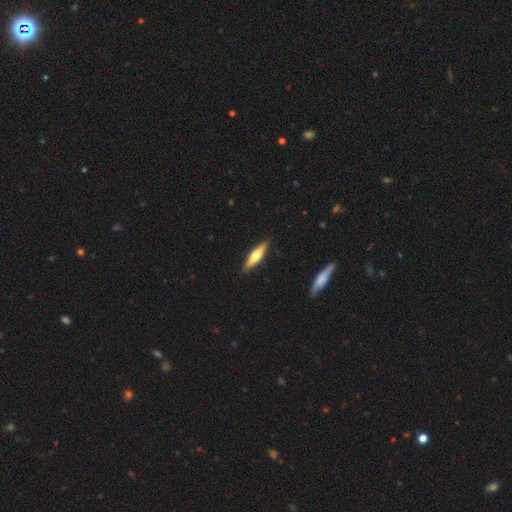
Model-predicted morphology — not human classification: smooth 49%, featured or disk 46%, star or artifact 5%. Down the decision tree: merging — none (90%).